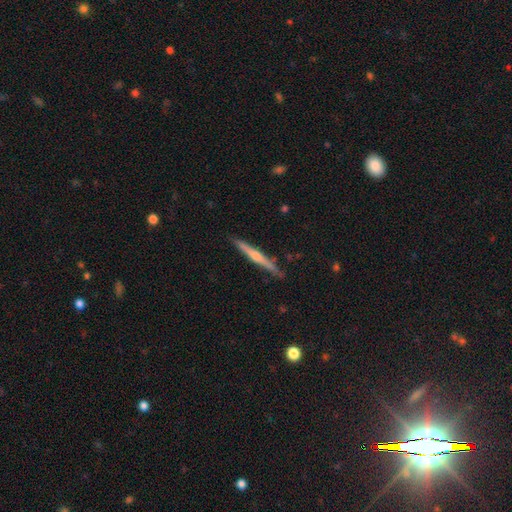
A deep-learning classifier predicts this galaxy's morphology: This appears to be a featured or disk galaxy (66%) viewed edge-on (98%) with a rounded central bulge (74%). Merging: none (88%).